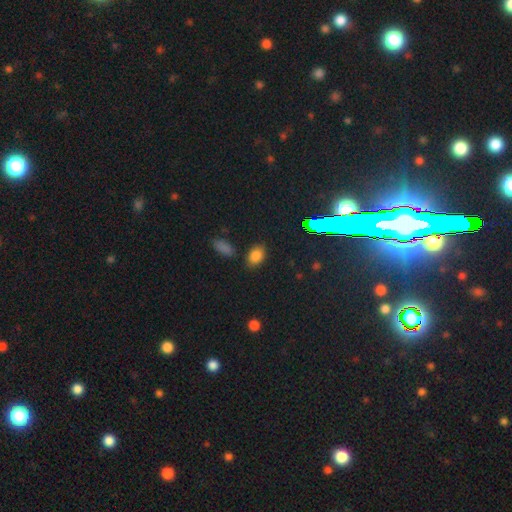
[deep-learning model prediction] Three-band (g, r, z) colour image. It shows a smooth galaxy with no disk features (80%) that is in between round and cigar-shaped (80%). Merging: none (81%).